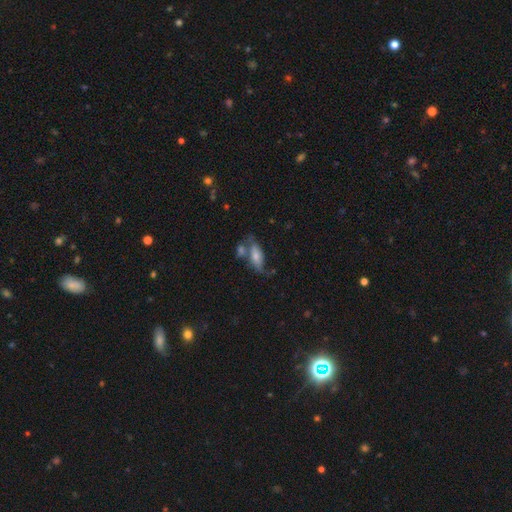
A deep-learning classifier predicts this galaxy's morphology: A smooth galaxy with no disk features (56%) that is in between round and cigar-shaped (83%). Merging: none (37%).